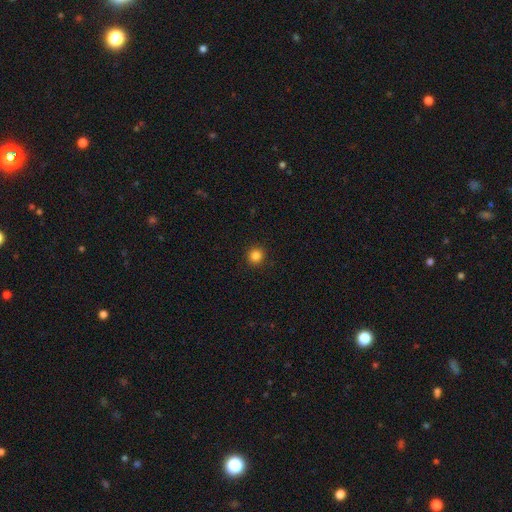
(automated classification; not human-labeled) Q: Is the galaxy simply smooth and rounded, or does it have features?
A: smooth — 84%.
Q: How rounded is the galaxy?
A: round — 93%.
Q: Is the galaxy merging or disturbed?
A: none — 92%.